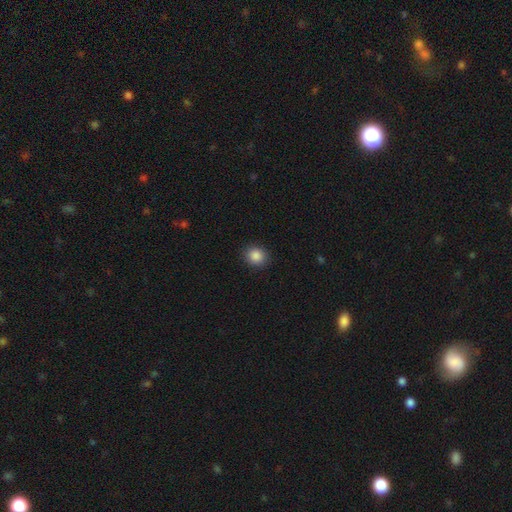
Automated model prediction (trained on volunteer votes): Overall: smooth (87%). How rounded: round (76%). Merging: none (90%).